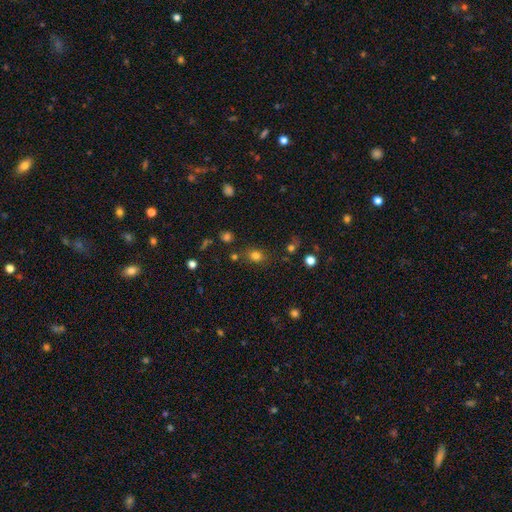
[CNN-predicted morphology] Smooth or featured: smooth — 76% (star or artifact — 18%)
How rounded: round — 61% (in between — 38%)
Merging: none — 75% (minor disturbance — 13%)